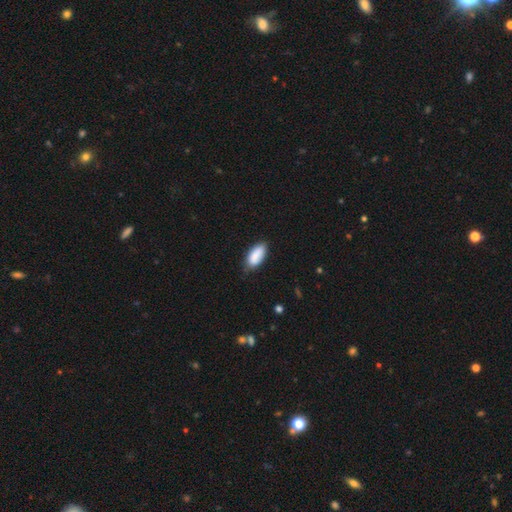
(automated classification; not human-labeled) Smooth or featured: smooth — 86% (featured or disk — 8%)
How rounded: in between — 89% (cigar-shaped — 9%)
Merging: none — 71% (minor disturbance — 23%)